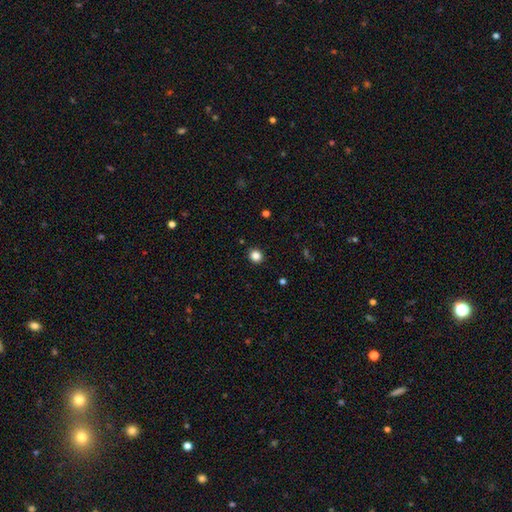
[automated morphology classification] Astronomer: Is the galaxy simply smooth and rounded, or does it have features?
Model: smooth — 84%.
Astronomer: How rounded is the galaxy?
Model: round — 87%.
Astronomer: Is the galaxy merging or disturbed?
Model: none — 92%.